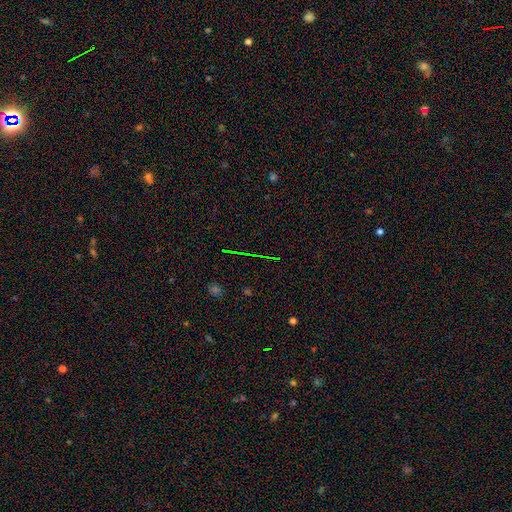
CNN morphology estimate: Smooth or featured? star or artifact (71%)